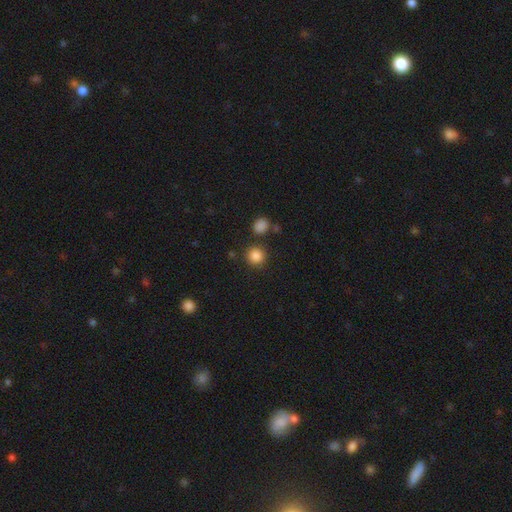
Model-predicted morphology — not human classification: This is clearly a smooth galaxy (86%). How rounded: clearly round (92%). Merging: clearly none (84%).